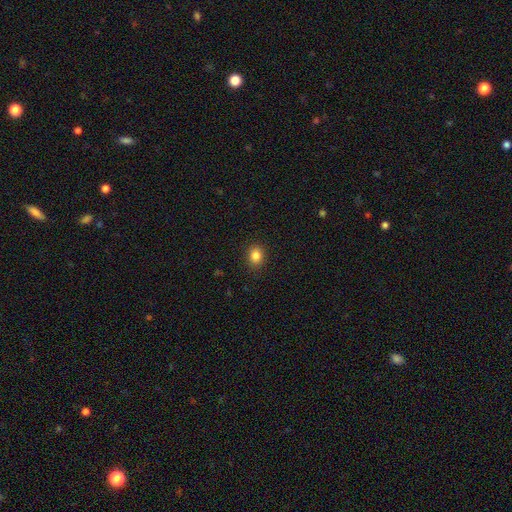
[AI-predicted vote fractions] Smooth or featured?
  - smooth: 84% *
  - star or artifact: 11%
  - featured or disk: 5%
How rounded?
  - round: 63% *
  - in between: 36%
  - cigar-shaped: 1%
Merging?
  - none: 90% *
  - minor disturbance: 7%
  - major disturbance: 2%
  - merger: 1%